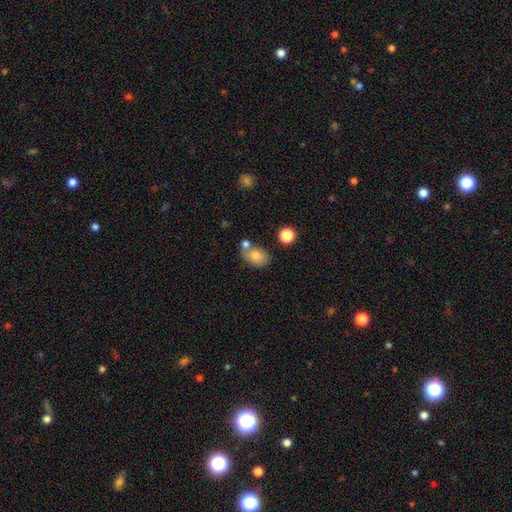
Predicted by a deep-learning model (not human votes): Overall: smooth (79%). How rounded: in between (75%). Merging: none (53%; merger 26%).